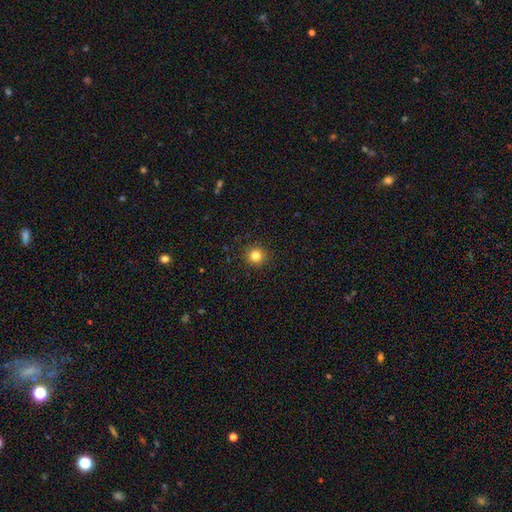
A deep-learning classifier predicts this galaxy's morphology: A smooth galaxy with no disk features (82%) that is round (93%).

Vote fractions:
- Smooth or featured? smooth: 82% / star or artifact: 12% / featured or disk: 6%
- How rounded? round: 93% / in between: 6% / cigar-shaped: 1%
- Merging? none: 92% / minor disturbance: 5% / major disturbance: 2% / merger: 1%